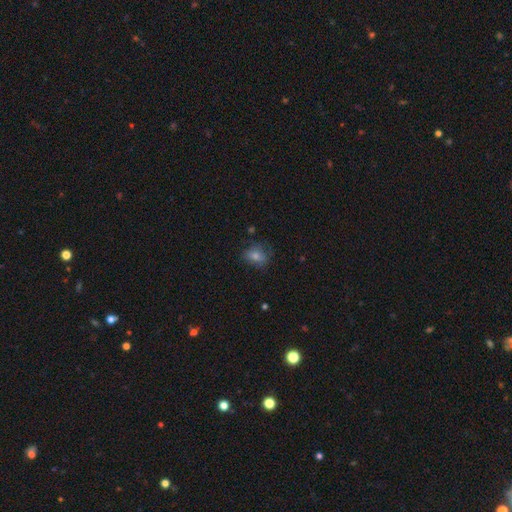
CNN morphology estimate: A smooth galaxy with no disk features (67%) that is round (56%). Merging: none (68%).